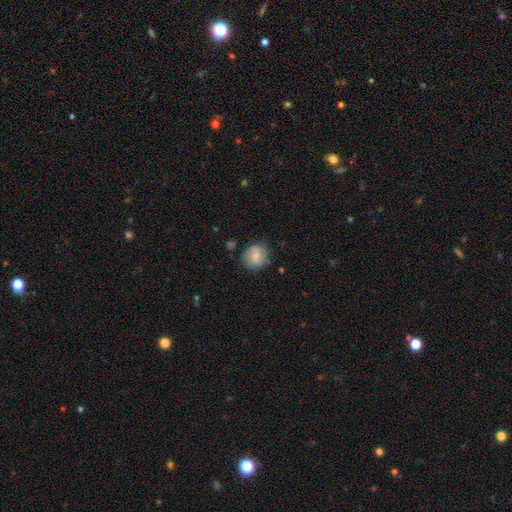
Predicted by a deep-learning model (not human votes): Smooth or featured?
  - smooth: 70% *
  - featured or disk: 22%
  - star or artifact: 8%
How rounded?
  - round: 78% *
  - in between: 21%
  - cigar-shaped: 1%
Merging?
  - none: 73% *
  - minor disturbance: 20%
  - major disturbance: 5%
  - merger: 2%